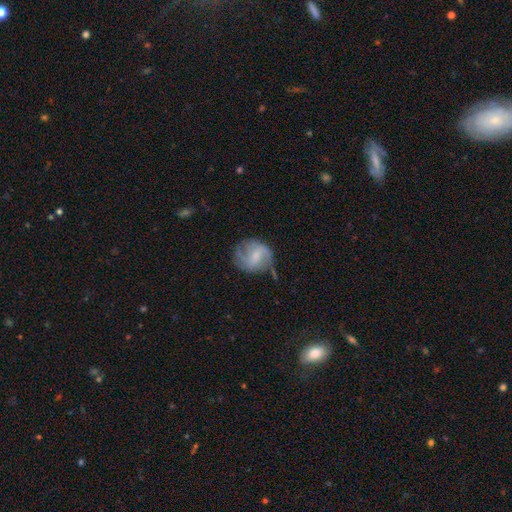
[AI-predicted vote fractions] Smooth or featured? Predicted: featured or disk (p=0.63). Edge-on disk? Predicted: no (p=0.97). Bar? Predicted: weak (p=0.56). Spiral arms? Predicted: yes (p=0.86). Spiral winding? Predicted: medium (p=0.45). Spiral arm count? Predicted: 2 (p=0.66). Bulge size? Predicted: small (p=0.39). Merging? Predicted: none (p=0.58).